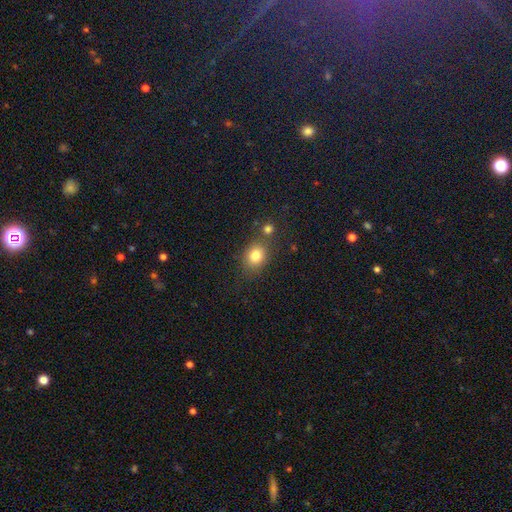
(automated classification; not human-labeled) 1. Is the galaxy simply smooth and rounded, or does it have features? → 80% smooth, 12% star or artifact, 8% featured or disk.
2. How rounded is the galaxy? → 56% round, 43% in between, 1% cigar-shaped.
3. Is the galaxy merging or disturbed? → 69% none, 14% merger, 12% minor disturbance, 4% major disturbance.